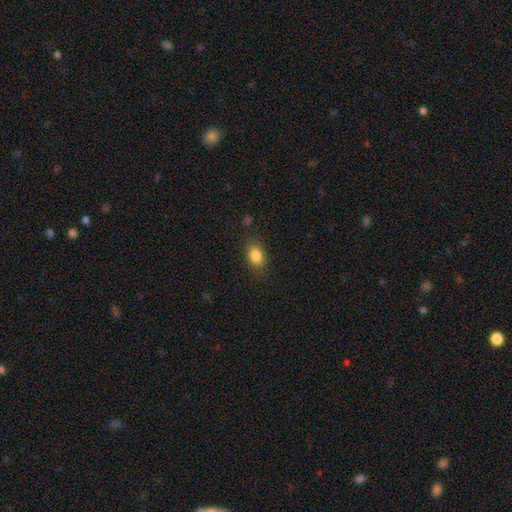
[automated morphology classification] Smooth or featured?
  - smooth: 85% *
  - star or artifact: 9%
  - featured or disk: 6%
How rounded?
  - in between: 78% *
  - round: 20%
  - cigar-shaped: 2%
Merging?
  - none: 82% *
  - minor disturbance: 13%
  - major disturbance: 4%
  - merger: 2%